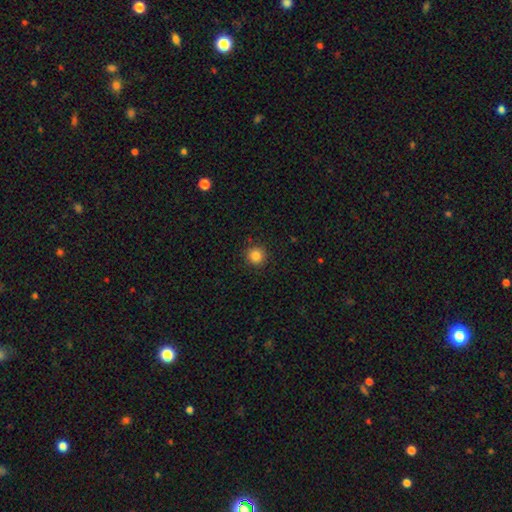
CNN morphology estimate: Q: Smooth or featured?
A: smooth (85%); runner-up: star or artifact (11%)
Q: How rounded?
A: round (95%); runner-up: in between (4%)
Q: Merging?
A: none (91%); runner-up: minor disturbance (6%)